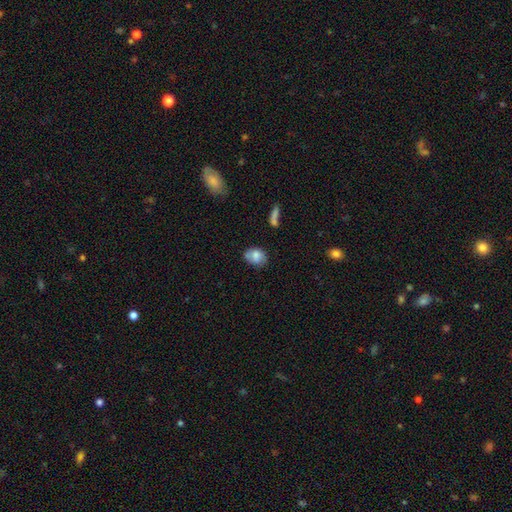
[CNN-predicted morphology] This appears to be a smooth galaxy with no disk features (72%) that is in between round and cigar-shaped (61%). Merging: none (58%).